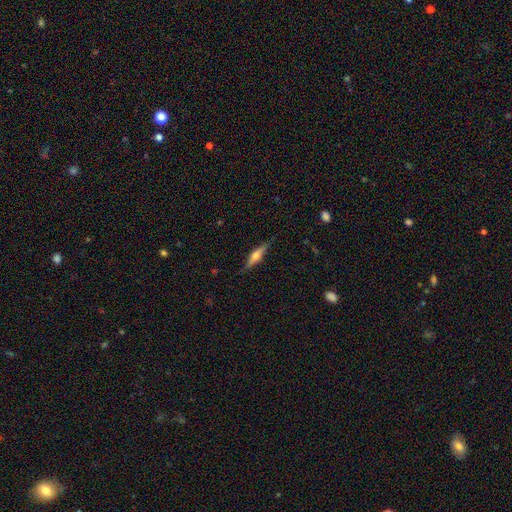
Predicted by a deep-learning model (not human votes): smooth_or_featured: featured or disk (p=0.58) [alt: smooth p=0.36]
disk_edge_on: yes (p=0.95) [alt: no p=0.05]
edge_on_bulge: rounded (p=0.86) [alt: boxy p=0.09]
merging: none (p=0.83) [alt: minor disturbance p=0.13]